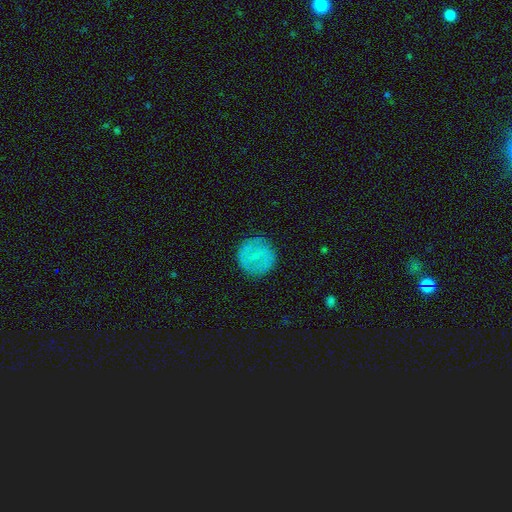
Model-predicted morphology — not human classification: A smooth galaxy with no disk features (61%) that is round (93%).

Vote fractions:
- Smooth or featured? smooth: 61% / featured or disk: 29% / star or artifact: 10%
- How rounded? round: 93% / in between: 6% / cigar-shaped: 1%
- Merging? none: 86% / minor disturbance: 10% / major disturbance: 3% / merger: 1%